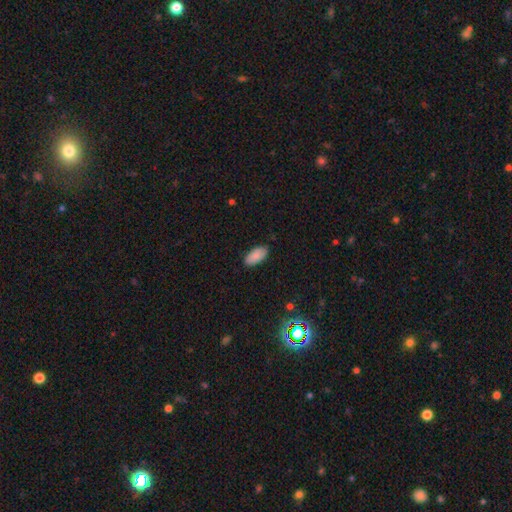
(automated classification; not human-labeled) Smooth or featured?
  - smooth: 88% *
  - star or artifact: 7%
  - featured or disk: 5%
How rounded?
  - in between: 92% *
  - cigar-shaped: 6%
  - round: 2%
Merging?
  - none: 86% *
  - minor disturbance: 11%
  - major disturbance: 2%
  - merger: 1%